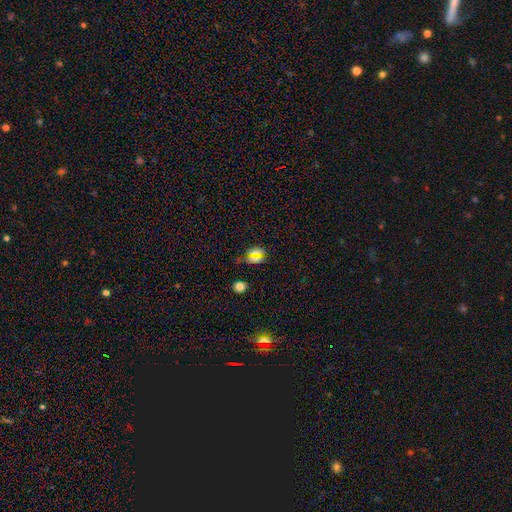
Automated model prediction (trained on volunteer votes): smooth 56%, star or artifact 34%, featured or disk 10%. Down the decision tree: how rounded — in between (48%); merging — none (75%).